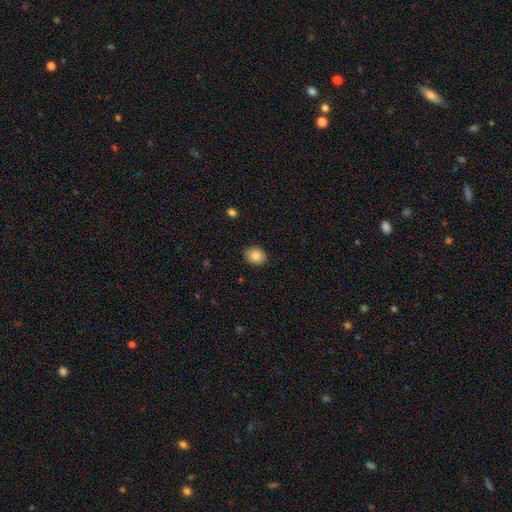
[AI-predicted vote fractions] The model was most divided on "how rounded": round: 61%, in between: 39%, cigar-shaped: 1%. More confident: merging — none (88%); smooth or featured — smooth (84%).